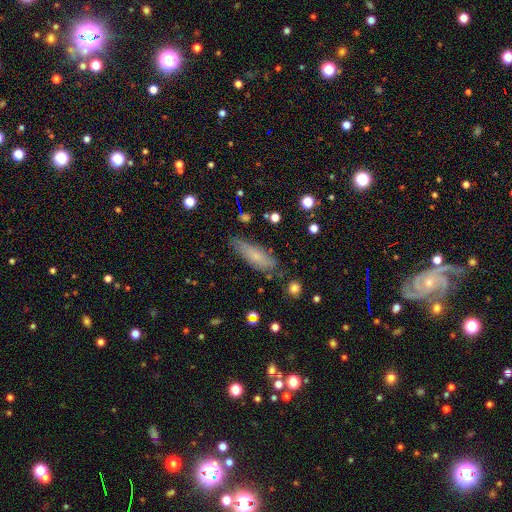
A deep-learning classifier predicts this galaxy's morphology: Smooth or featured: smooth — 64% (featured or disk — 27%)
How rounded: in between — 50% (cigar-shaped — 48%)
Merging: none — 69% (minor disturbance — 23%)